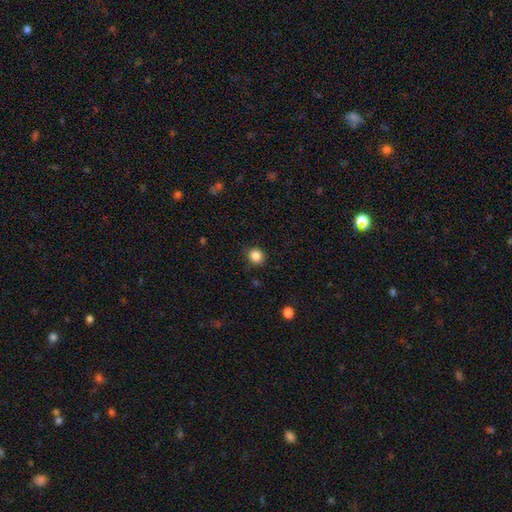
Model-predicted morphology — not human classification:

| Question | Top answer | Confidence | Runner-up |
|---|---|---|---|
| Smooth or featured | smooth | 85% | star or artifact (11%) |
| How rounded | round | 85% | in between (14%) |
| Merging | none | 86% | minor disturbance (10%) |